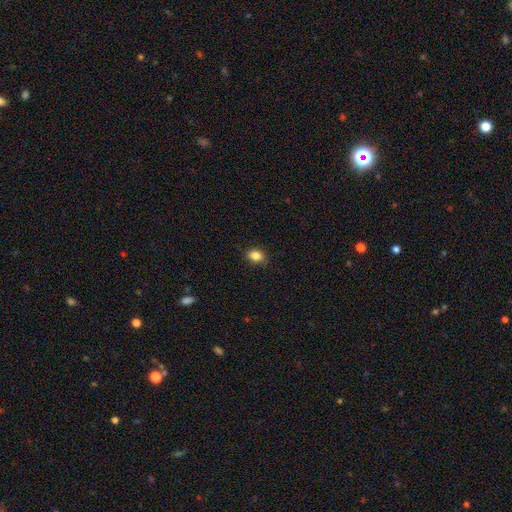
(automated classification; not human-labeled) Q: Smooth or featured?
A: smooth (85%); runner-up: star or artifact (10%)
Q: How rounded?
A: in between (61%); runner-up: round (38%)
Q: Merging?
A: none (87%); runner-up: minor disturbance (10%)